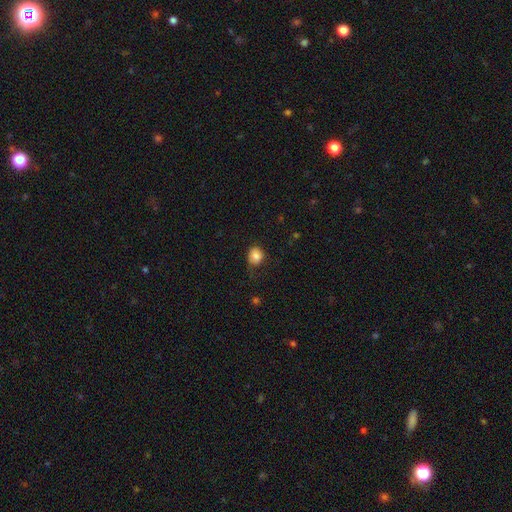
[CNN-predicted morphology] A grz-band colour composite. It shows a smooth galaxy with no disk features (84%) that is round (62%). Merging: none (62%).